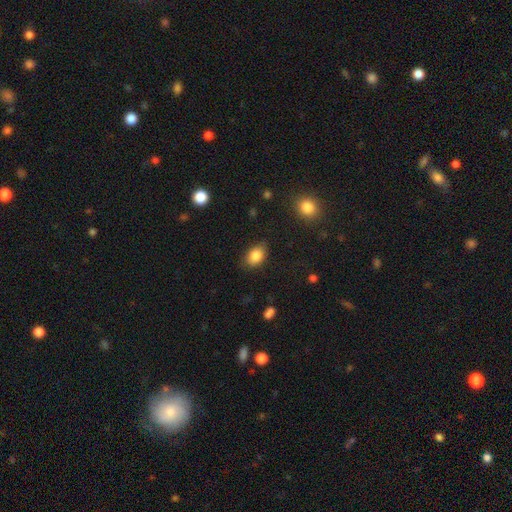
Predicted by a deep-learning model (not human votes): A smooth galaxy with no disk features (84%) that is in between round and cigar-shaped (82%).

Vote fractions:
- Smooth or featured? smooth: 84% / star or artifact: 8% / featured or disk: 7%
- How rounded? in between: 82% / round: 17% / cigar-shaped: 1%
- Merging? none: 80% / minor disturbance: 15% / major disturbance: 3% / merger: 1%